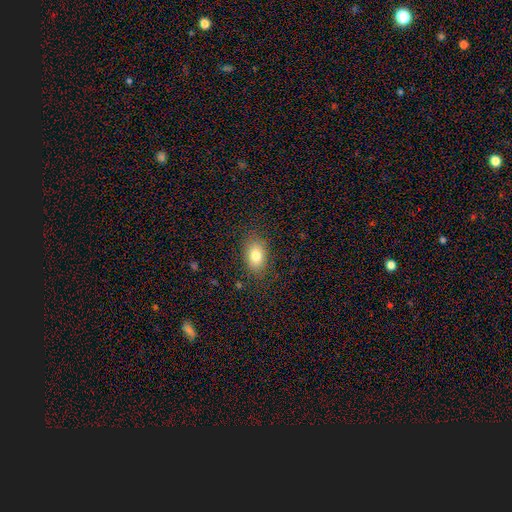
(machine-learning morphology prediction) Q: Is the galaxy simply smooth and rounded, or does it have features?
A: smooth — 81%.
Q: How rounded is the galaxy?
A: in between — 86%.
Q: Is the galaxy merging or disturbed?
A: none — 84%.